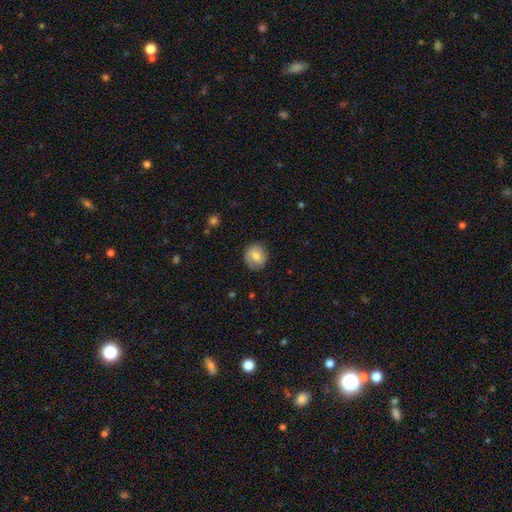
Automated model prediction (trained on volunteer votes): Smooth or featured: smooth — 74% (featured or disk — 18%)
How rounded: round — 85% (in between — 14%)
Merging: none — 82% (minor disturbance — 14%)